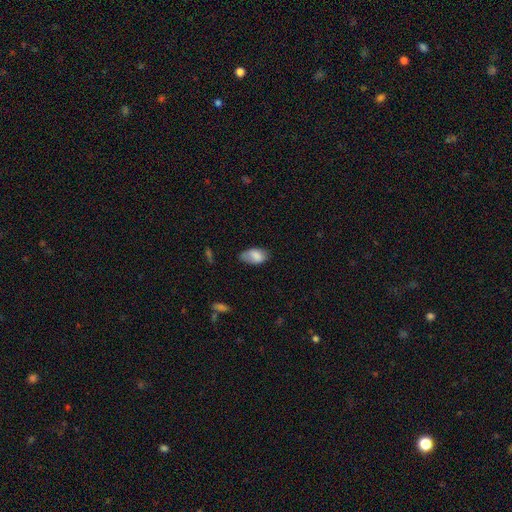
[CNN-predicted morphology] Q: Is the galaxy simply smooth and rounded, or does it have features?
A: smooth — 81%.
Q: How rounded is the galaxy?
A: in between — 92%.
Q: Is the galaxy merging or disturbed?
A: none — 54%.